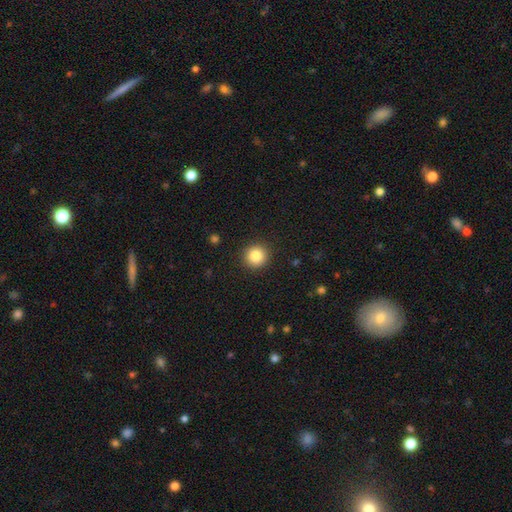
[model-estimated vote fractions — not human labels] Smooth or featured?
  - smooth: 86% *
  - star or artifact: 10%
  - featured or disk: 5%
How rounded?
  - round: 93% *
  - in between: 6%
  - cigar-shaped: 1%
Merging?
  - none: 91% *
  - minor disturbance: 6%
  - major disturbance: 2%
  - merger: 1%